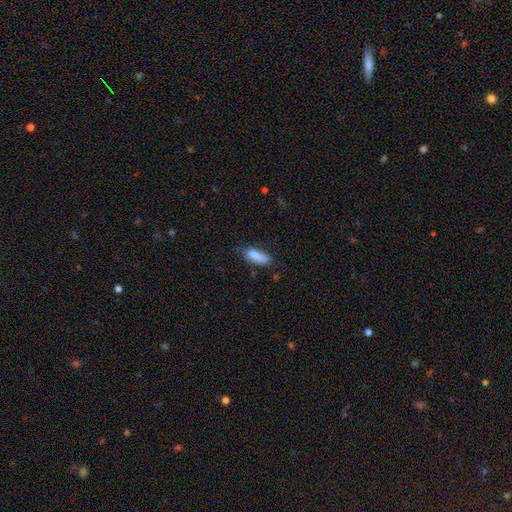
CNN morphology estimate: Smooth or featured?
  - smooth: 82% *
  - featured or disk: 10%
  - star or artifact: 8%
How rounded?
  - in between: 63% *
  - cigar-shaped: 35%
  - round: 2%
Merging?
  - none: 59% *
  - minor disturbance: 28%
  - major disturbance: 8%
  - merger: 5%